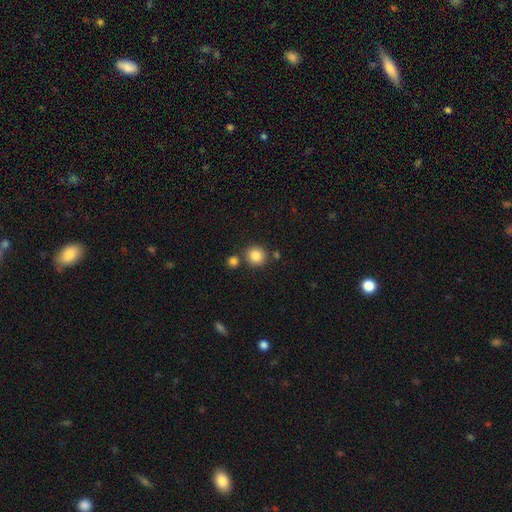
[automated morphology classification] smooth-or-featured: smooth: 86% | star or artifact: 9% | featured or disk: 5%
  how-rounded: round: 90% | in between: 9% | cigar-shaped: 1%
  merging: none: 77% | merger: 12% | minor disturbance: 8% | major disturbance: 3%